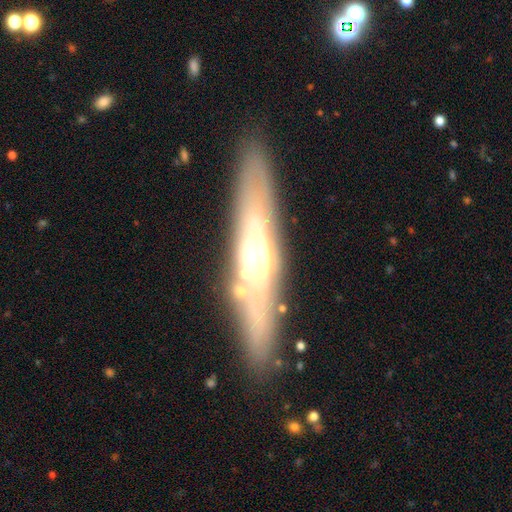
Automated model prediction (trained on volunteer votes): The model was most divided on "smooth or featured": featured or disk: 61%, smooth: 31%, star or artifact: 9%. More confident: merging — none (82%); edge-on disk — yes (75%).